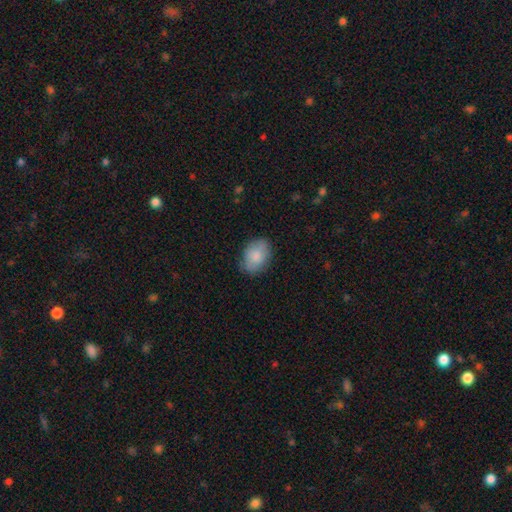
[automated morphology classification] smooth_or_featured: smooth (p=0.83) [alt: featured or disk p=0.11]
how_rounded: in between (p=0.77) [alt: round p=0.22]
merging: none (p=0.78) [alt: minor disturbance p=0.17]